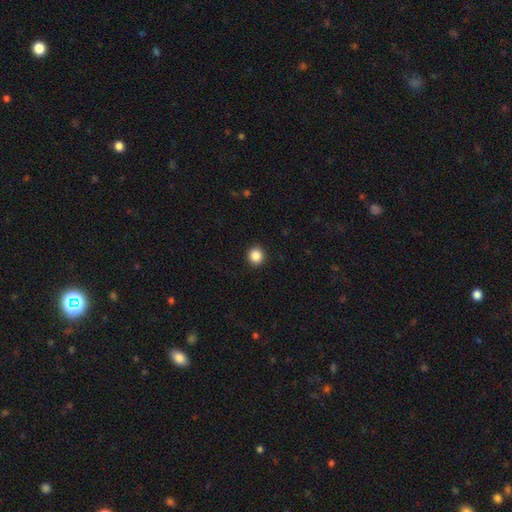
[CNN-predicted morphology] This is clearly a smooth galaxy (87%). How rounded: clearly round (92%). Merging: clearly none (92%).